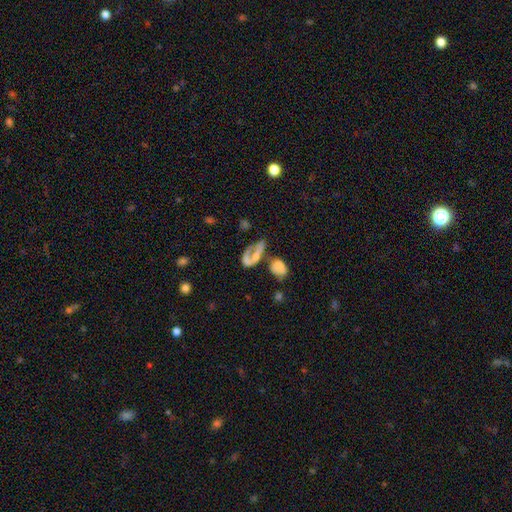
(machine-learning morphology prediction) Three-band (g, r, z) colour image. It shows a featured or disk galaxy (53%). Merging: merger (38%).